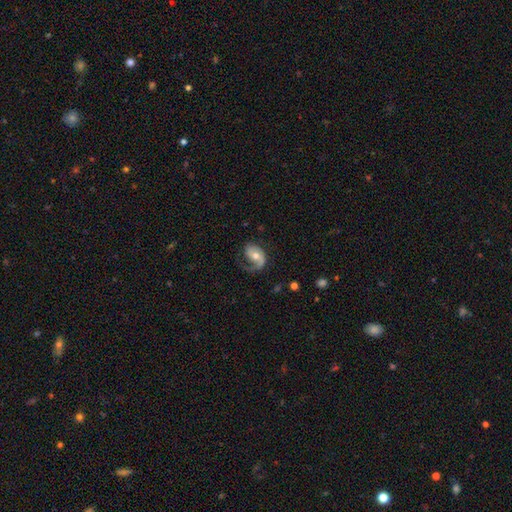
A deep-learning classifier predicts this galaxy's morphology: Smooth or featured? Predicted: featured or disk (p=0.74). Edge-on disk? Predicted: no (p=0.97). Bar? Predicted: no (p=0.58). Spiral arms? Predicted: yes (p=0.91). Spiral winding? Predicted: medium (p=0.39). Spiral arm count? Predicted: 1 (p=0.58). Bulge size? Predicted: moderate (p=0.65). Merging? Predicted: none (p=0.47).